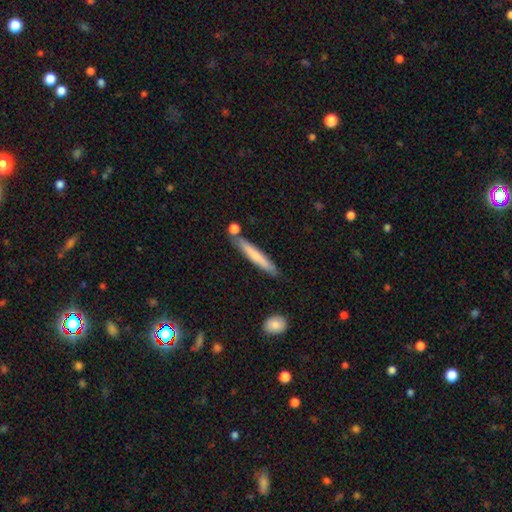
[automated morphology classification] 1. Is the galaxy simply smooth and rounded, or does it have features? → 65% smooth, 30% featured or disk, 6% star or artifact.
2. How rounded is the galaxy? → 95% cigar-shaped, 4% in between, 1% round.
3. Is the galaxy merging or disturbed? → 79% none, 12% minor disturbance, 7% merger, 2% major disturbance.